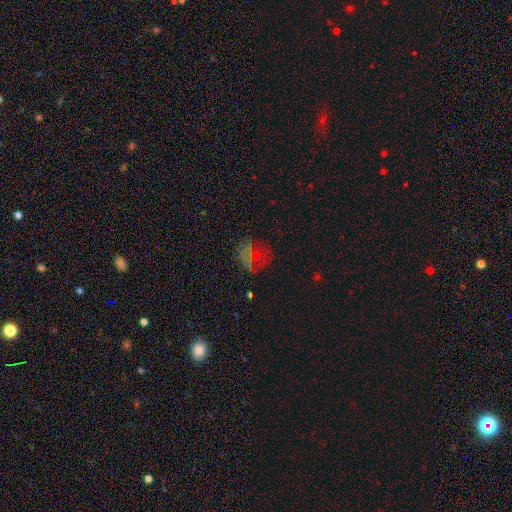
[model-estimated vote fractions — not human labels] A smooth galaxy with no disk features (40%).

Vote fractions:
- Smooth or featured? smooth: 40% / star or artifact: 33% / featured or disk: 28%
- Merging? none: 50% / major disturbance: 27% / minor disturbance: 18% / merger: 6%